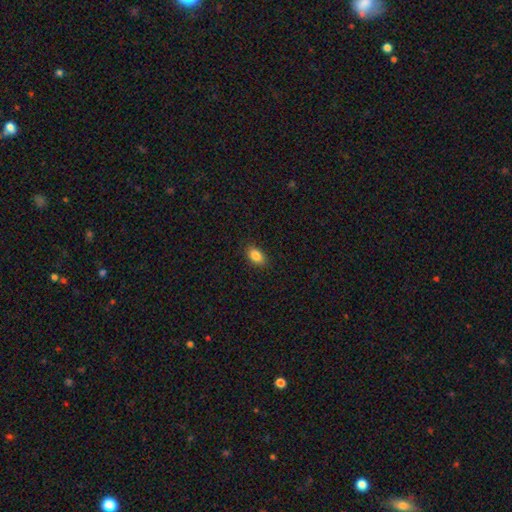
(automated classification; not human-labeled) The model was most divided on "smooth or featured": smooth: 85%, star or artifact: 9%, featured or disk: 6%. More confident: merging — none (88%); how rounded — in between (88%).